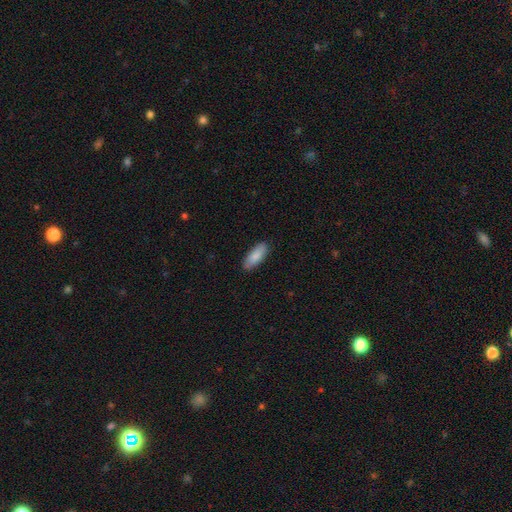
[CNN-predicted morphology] A smooth galaxy with no disk features (87%) that is in between round and cigar-shaped (72%). Merging: none (88%).